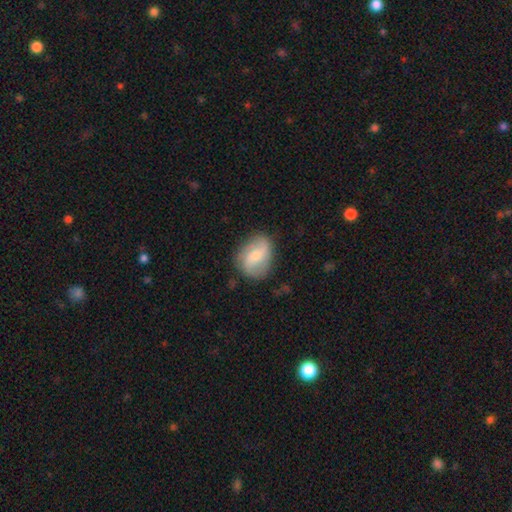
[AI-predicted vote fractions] Overall: featured or disk (56%; smooth 37%). Edge-on disk: no (96%). Bar: weak (45%; no 38%). Spiral arms: yes (86%). Bulge size: moderate (48%; small 44%). Merging: none (76%).